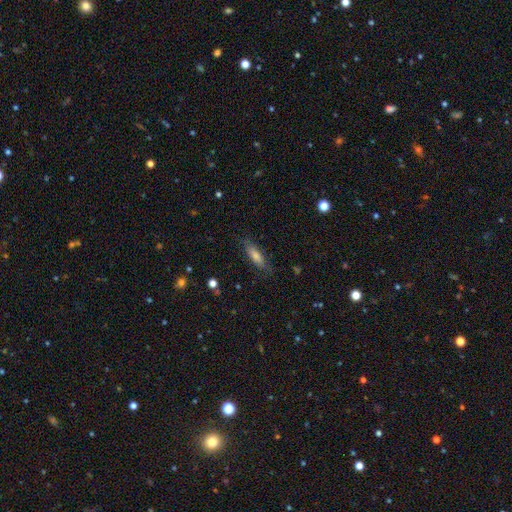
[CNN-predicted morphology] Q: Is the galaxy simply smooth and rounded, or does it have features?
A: smooth — 62%.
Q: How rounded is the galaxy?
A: cigar-shaped — 63%.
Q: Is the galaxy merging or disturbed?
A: none — 82%.